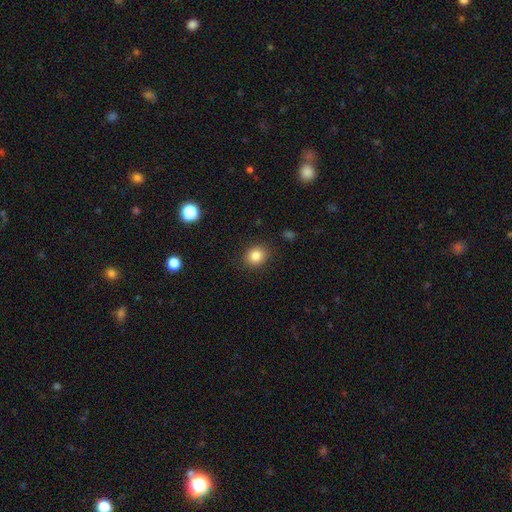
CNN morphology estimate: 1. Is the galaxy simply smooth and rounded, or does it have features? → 84% smooth, 10% star or artifact, 5% featured or disk.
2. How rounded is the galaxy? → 69% round, 30% in between, 1% cigar-shaped.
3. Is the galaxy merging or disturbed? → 87% none, 9% minor disturbance, 3% major disturbance, 1% merger.